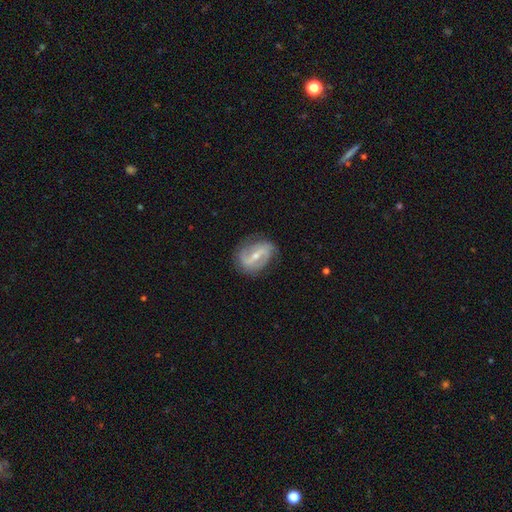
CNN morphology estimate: Smooth or featured: featured or disk — 83% (smooth — 11%)
Edge-on disk: no — 96% (yes — 4%)
Bar: strong — 51% (weak — 37%)
Spiral arms: yes — 91% (no — 9%)
Spiral winding: medium — 41% (loose — 33%)
Spiral arm count: 2 — 78% (can't tell — 9%)
Bulge size: small — 51% (moderate — 45%)
Merging: none — 74% (minor disturbance — 18%)